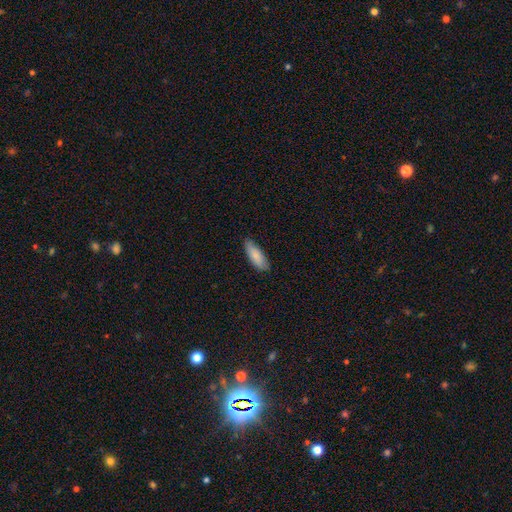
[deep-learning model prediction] A smooth galaxy with no disk features (85%) that is in between round and cigar-shaped (65%).

Vote fractions:
- Smooth or featured? smooth: 85% / featured or disk: 9% / star or artifact: 6%
- How rounded? in between: 65% / cigar-shaped: 34% / round: 1%
- Merging? none: 80% / minor disturbance: 17% / major disturbance: 2% / merger: 1%